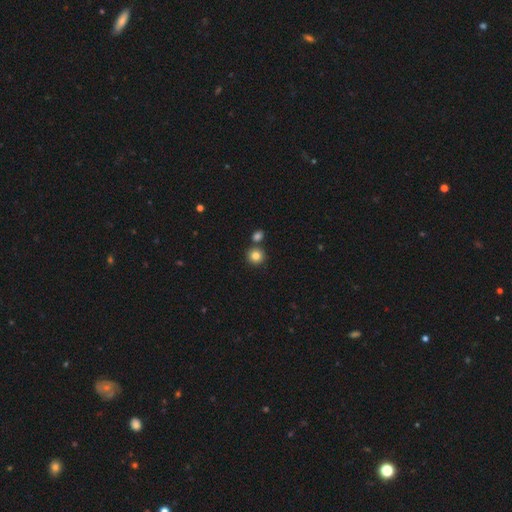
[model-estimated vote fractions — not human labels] A smooth galaxy with no disk features (83%) that is round (92%). Merging: none (76%).